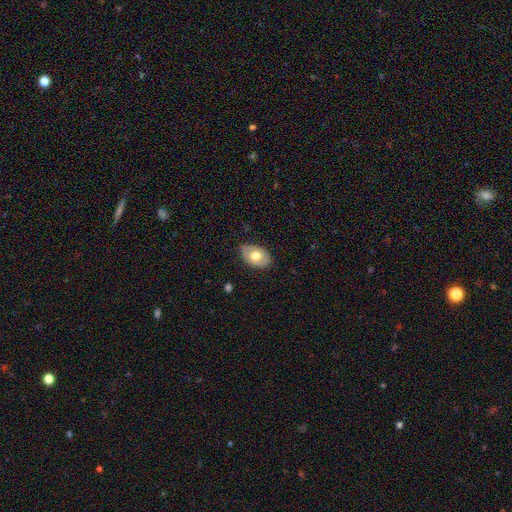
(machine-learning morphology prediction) This is likely a smooth galaxy (60%). How rounded: clearly in between (84%). Merging: likely none (77%).